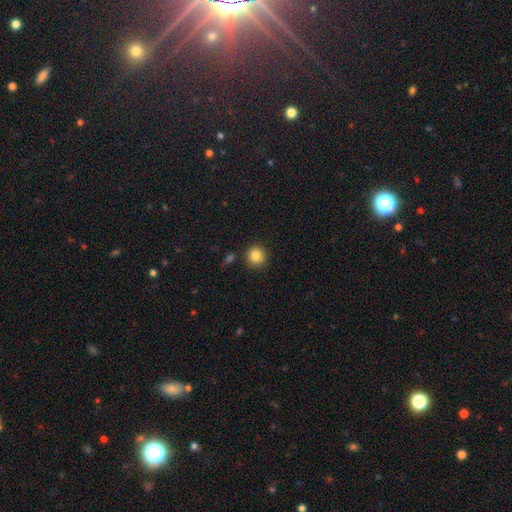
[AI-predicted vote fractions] Smooth or featured: smooth — 84% (star or artifact — 10%)
How rounded: round — 92% (in between — 7%)
Merging: none — 86% (minor disturbance — 8%)